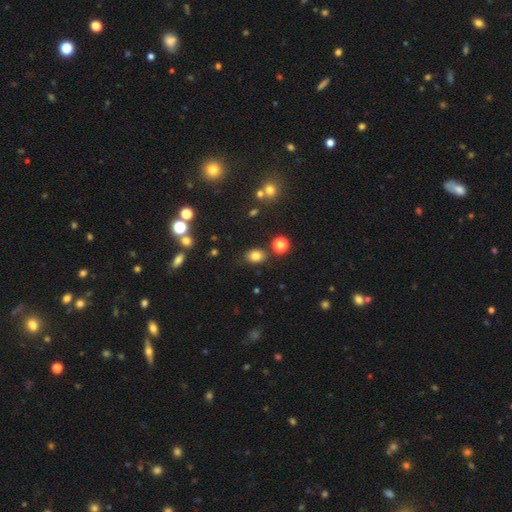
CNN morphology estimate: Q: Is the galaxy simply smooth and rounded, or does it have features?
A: smooth — 80%.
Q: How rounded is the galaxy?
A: in between — 59%.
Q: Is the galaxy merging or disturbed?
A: none — 82%.